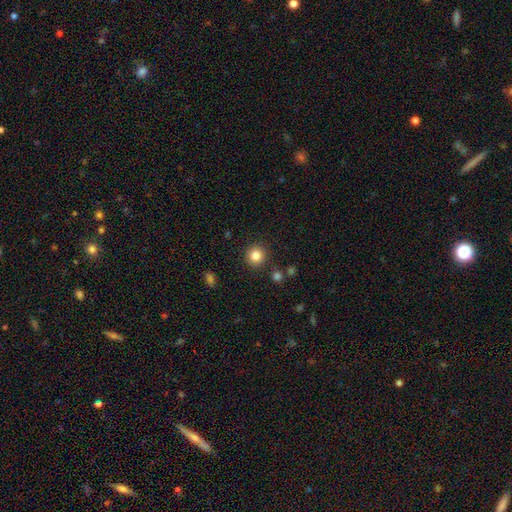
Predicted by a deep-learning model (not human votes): Smooth or featured?
  - smooth: 83% *
  - star or artifact: 11%
  - featured or disk: 6%
How rounded?
  - round: 93% *
  - in between: 6%
  - cigar-shaped: 1%
Merging?
  - none: 90% *
  - minor disturbance: 6%
  - merger: 2%
  - major disturbance: 2%